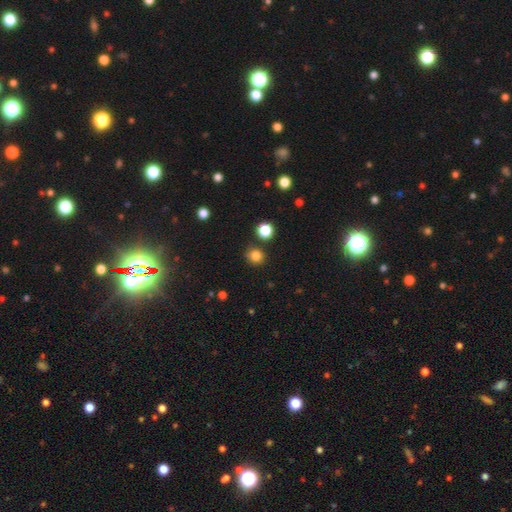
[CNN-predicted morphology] Overall: smooth (83%). How rounded: round (86%). Merging: none (84%).